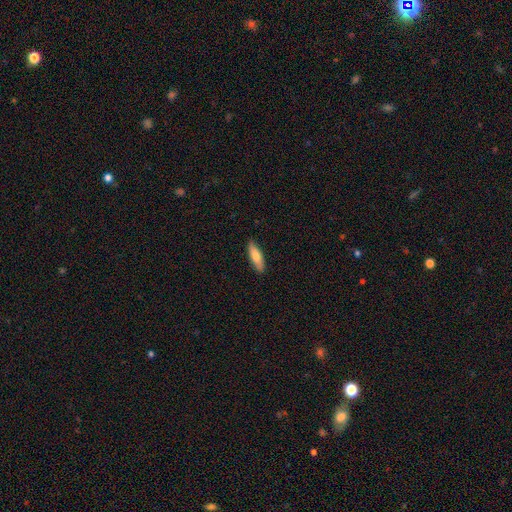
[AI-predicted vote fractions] Smooth or featured?
  - smooth: 76% *
  - featured or disk: 18%
  - star or artifact: 6%
How rounded?
  - cigar-shaped: 54% *
  - in between: 44%
  - round: 2%
Merging?
  - none: 88% *
  - minor disturbance: 10%
  - major disturbance: 2%
  - merger: 1%